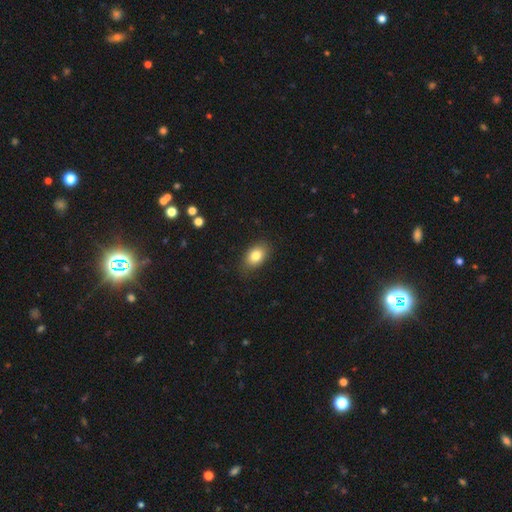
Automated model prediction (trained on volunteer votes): Q: Smooth or featured?
A: smooth (82%); runner-up: featured or disk (10%)
Q: How rounded?
A: in between (84%); runner-up: round (15%)
Q: Merging?
A: none (82%); runner-up: minor disturbance (14%)